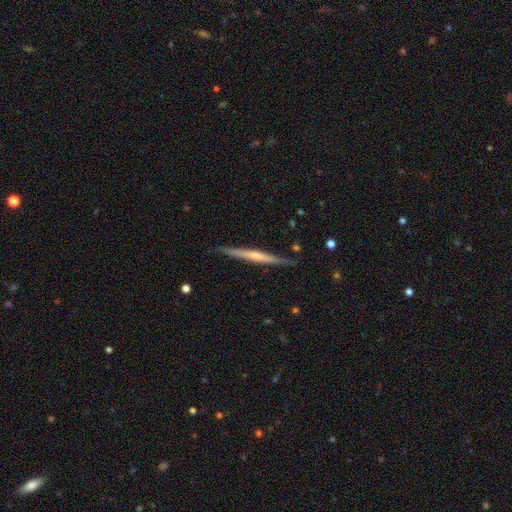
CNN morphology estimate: A featured or disk galaxy (63%) viewed edge-on (97%) with no central bulge (49%). Merging: none (87%).